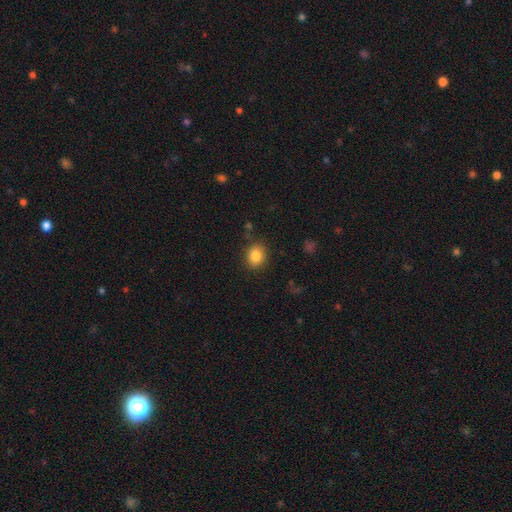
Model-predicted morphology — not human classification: Overall: smooth (85%). How rounded: round (57%; in between 42%). Merging: none (84%).